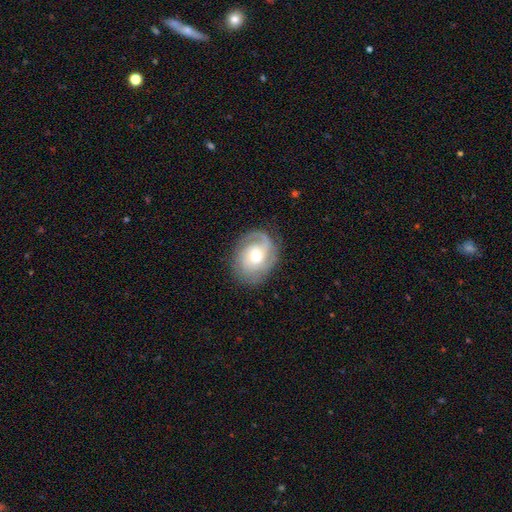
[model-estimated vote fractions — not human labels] Smooth or featured: featured or disk — 74% (smooth — 19%)
Edge-on disk: no — 96% (yes — 4%)
Bar: no — 66% (weak — 28%)
Spiral arms: yes — 93% (no — 7%)
Spiral winding: tight — 44% (medium — 39%)
Spiral arm count: 2 — 37% (1 — 22%)
Bulge size: moderate — 64% (small — 26%)
Merging: none — 75% (minor disturbance — 16%)